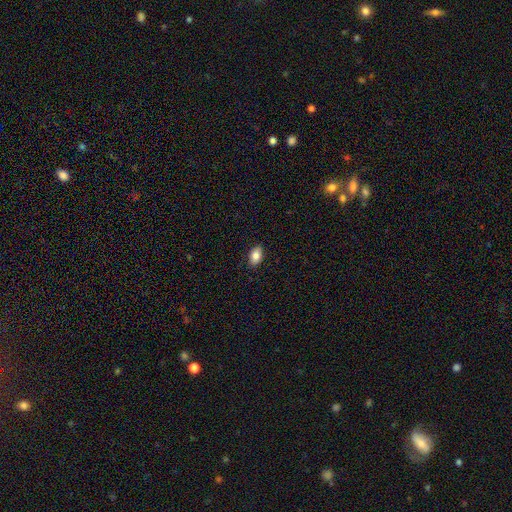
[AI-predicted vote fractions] This appears to be a smooth galaxy with no disk features (83%) that is in between round and cigar-shaped (90%). Merging: none (89%).